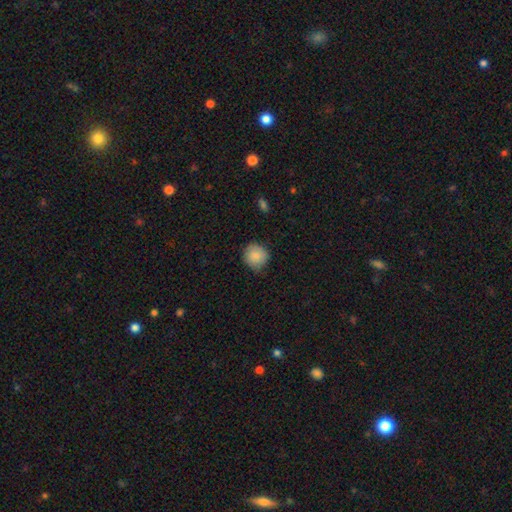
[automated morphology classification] The model was most divided on "merging": none: 78%, minor disturbance: 18%, major disturbance: 3%, merger: 1%. More confident: how rounded — round (90%); smooth or featured — smooth (87%).